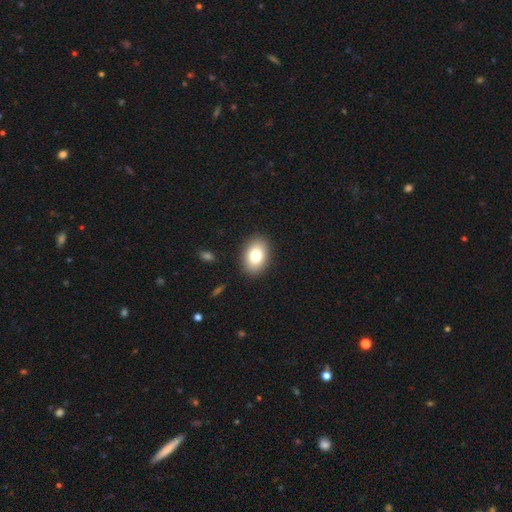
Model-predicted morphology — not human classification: smooth 79%, featured or disk 12%, star or artifact 8%. Down the decision tree: how rounded — in between (84%); merging — none (88%).